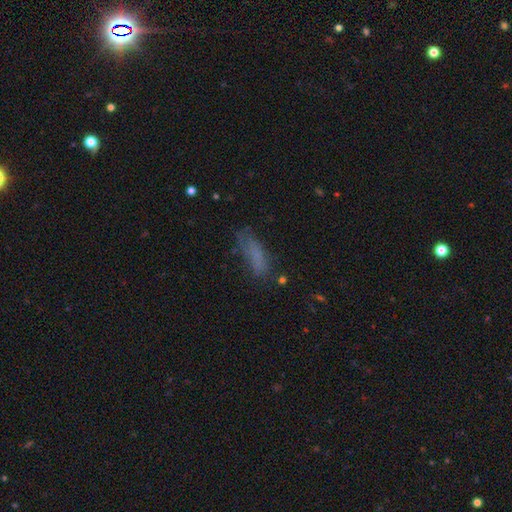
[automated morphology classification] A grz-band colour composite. It shows a smooth galaxy with no disk features (69%) that is cigar-shaped (52%). Merging: none (55%).